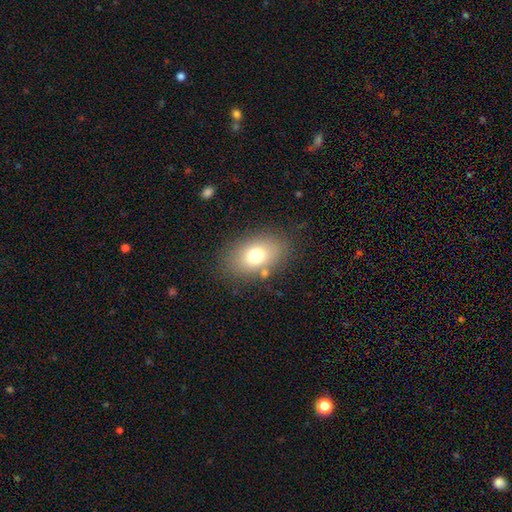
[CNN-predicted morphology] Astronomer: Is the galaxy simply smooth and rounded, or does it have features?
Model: smooth — 73%.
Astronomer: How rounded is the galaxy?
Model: in between — 81%.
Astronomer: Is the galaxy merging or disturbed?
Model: none — 79%.